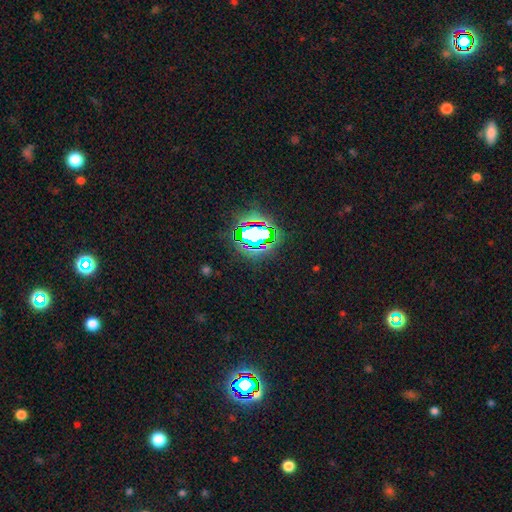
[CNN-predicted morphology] A star or artifact, not a galaxy (82%).